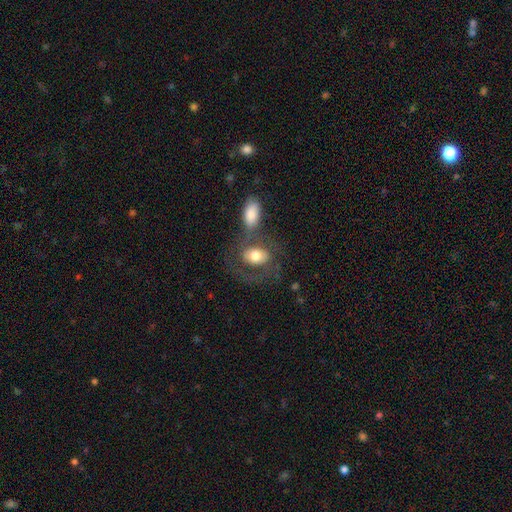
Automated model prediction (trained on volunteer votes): Smooth or featured? smooth (57%)
How rounded? in between (75%)
Merging? none (41%)